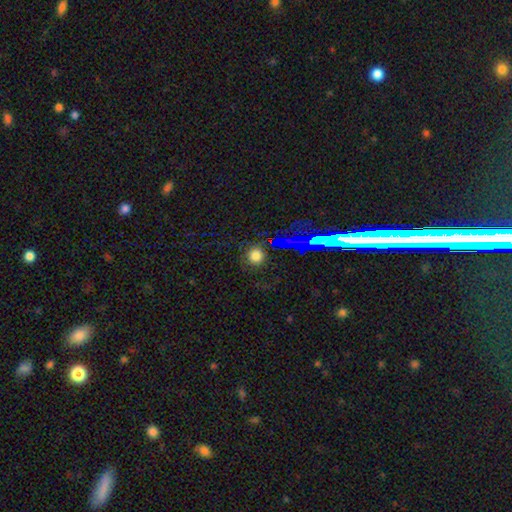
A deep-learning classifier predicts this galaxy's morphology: A smooth galaxy with no disk features (70%) that is round (89%).

Vote fractions:
- Smooth or featured? smooth: 70% / star or artifact: 22% / featured or disk: 9%
- How rounded? round: 89% / in between: 10% / cigar-shaped: 1%
- Merging? none: 79% / minor disturbance: 12% / major disturbance: 7% / merger: 2%